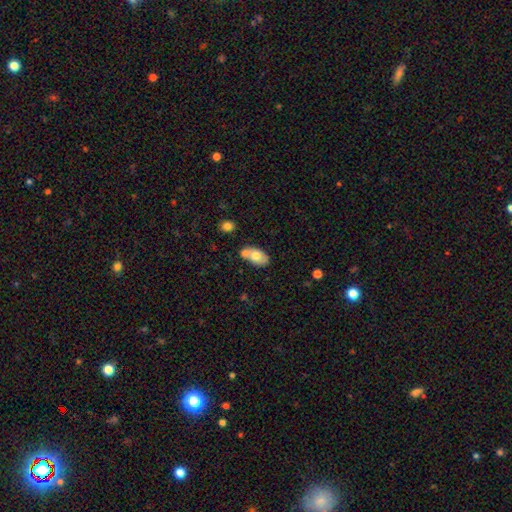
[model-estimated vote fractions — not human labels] Morphology: type=smooth (66%); roundness=in between (89%); merging=none (44%).